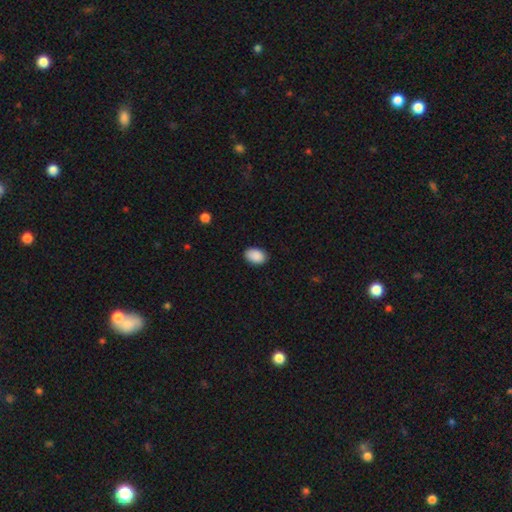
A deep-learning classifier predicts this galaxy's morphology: Smooth or featured? Predicted: smooth (p=0.90). How rounded? Predicted: in between (p=0.88). Merging? Predicted: none (p=0.87).